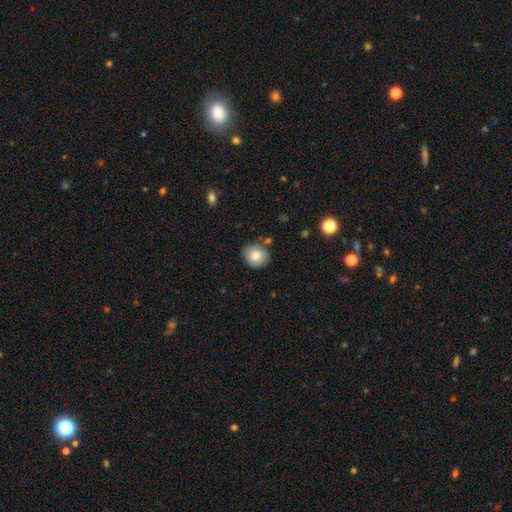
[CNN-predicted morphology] smooth 79%, featured or disk 12%, star or artifact 8%. Down the decision tree: how rounded — round (79%); merging — none (79%).